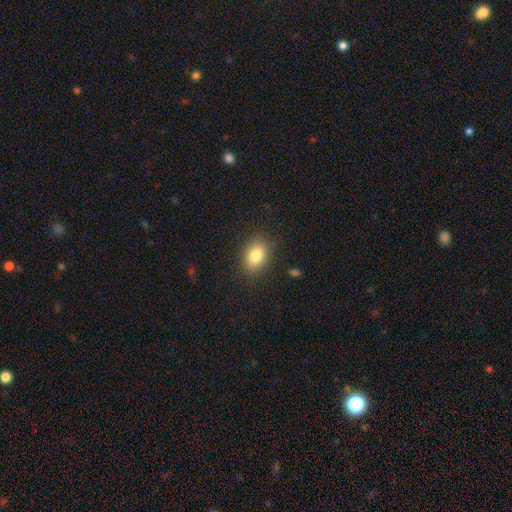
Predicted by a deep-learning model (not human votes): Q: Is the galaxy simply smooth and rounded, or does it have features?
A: smooth — 83%.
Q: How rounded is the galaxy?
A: in between — 74%.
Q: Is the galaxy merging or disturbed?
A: none — 85%.